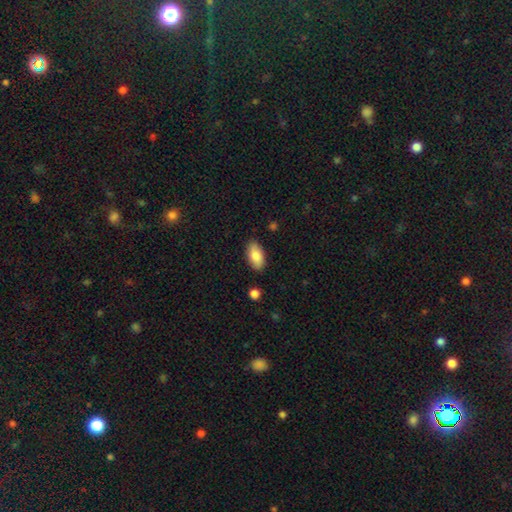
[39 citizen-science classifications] Volunteers were most divided on "smooth or featured": smooth: 77%, featured or disk: 13%, star or artifact: 10%. More confident: how rounded — in between (90%); merging — none (80%).